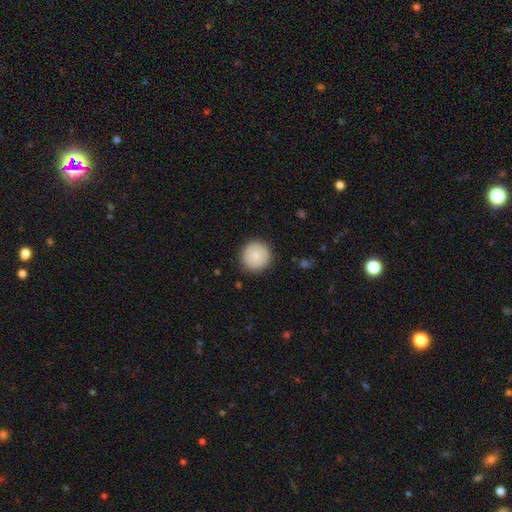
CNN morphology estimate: The model was most divided on "smooth or featured": smooth: 84%, featured or disk: 10%, star or artifact: 7%. More confident: how rounded — round (96%); merging — none (91%).